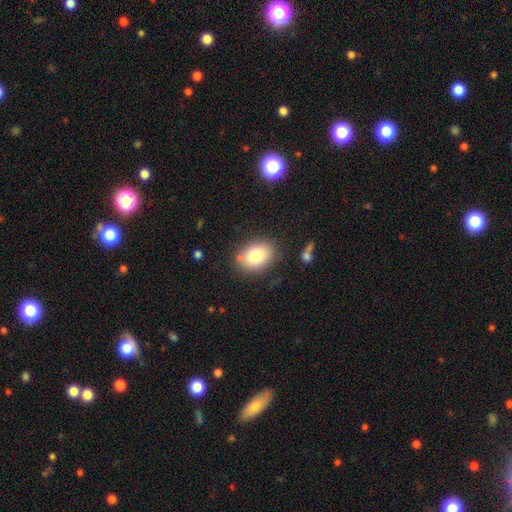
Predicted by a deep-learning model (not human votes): Smooth or featured: smooth — 82% (featured or disk — 10%)
How rounded: in between — 76% (round — 22%)
Merging: none — 81% (minor disturbance — 12%)